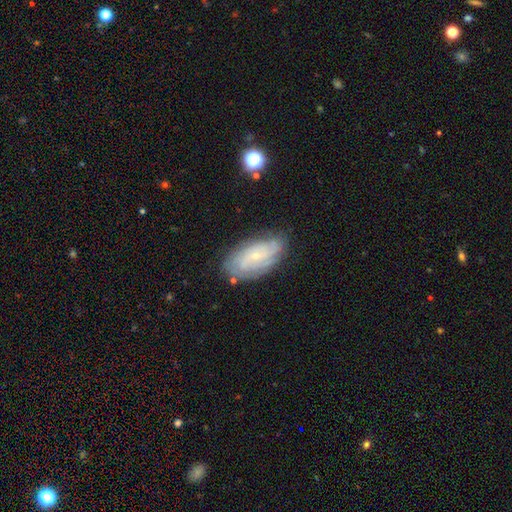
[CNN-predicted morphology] This appears to be a featured or disk galaxy (63%) with no bar (74%), spiral arms (81%) and a small central bulge (81%). Merging: none (74%).